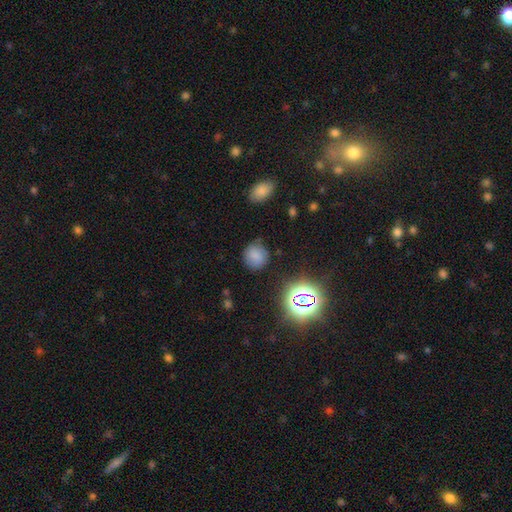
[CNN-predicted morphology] This appears to be a smooth galaxy with no disk features (76%) that is round (85%). Merging: none (77%).